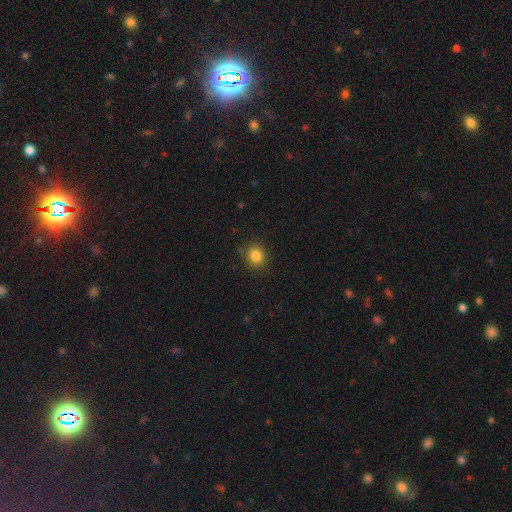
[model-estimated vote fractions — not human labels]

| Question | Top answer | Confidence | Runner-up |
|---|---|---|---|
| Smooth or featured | smooth | 84% | star or artifact (11%) |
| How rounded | round | 77% | in between (22%) |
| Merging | none | 87% | minor disturbance (9%) |